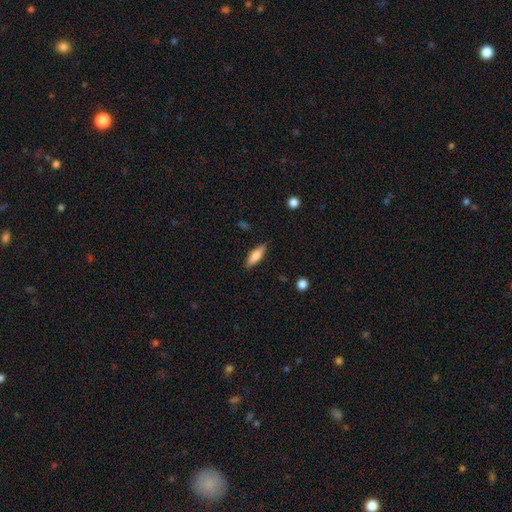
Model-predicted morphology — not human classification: A smooth galaxy with no disk features (77%) that is in between round and cigar-shaped (51%). Merging: none (85%).